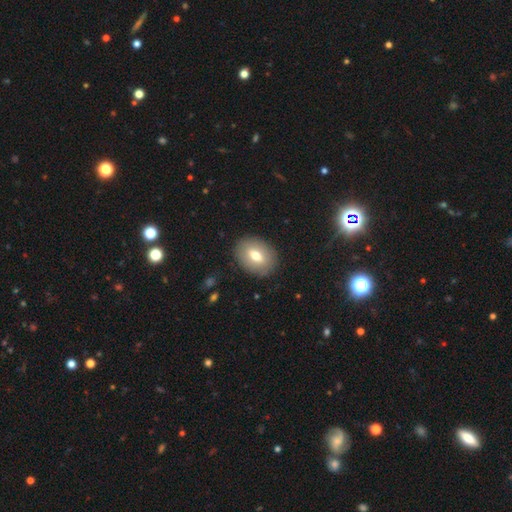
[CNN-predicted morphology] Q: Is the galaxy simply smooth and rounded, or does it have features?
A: smooth — 68%.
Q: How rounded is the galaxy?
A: in between — 77%.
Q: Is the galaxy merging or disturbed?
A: none — 87%.